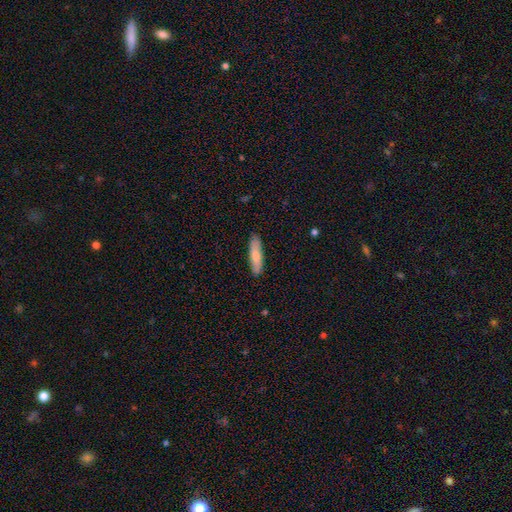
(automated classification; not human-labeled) smooth_or_featured: smooth (p=0.74) [alt: featured or disk p=0.20]
how_rounded: cigar-shaped (p=0.71) [alt: in between p=0.28]
merging: none (p=0.88) [alt: minor disturbance p=0.09]